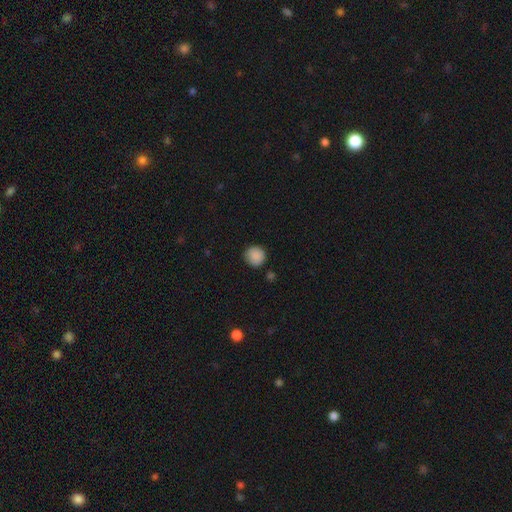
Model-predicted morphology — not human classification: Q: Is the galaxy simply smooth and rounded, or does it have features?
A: smooth — 88%.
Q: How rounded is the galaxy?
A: round — 93%.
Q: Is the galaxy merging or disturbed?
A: none — 86%.